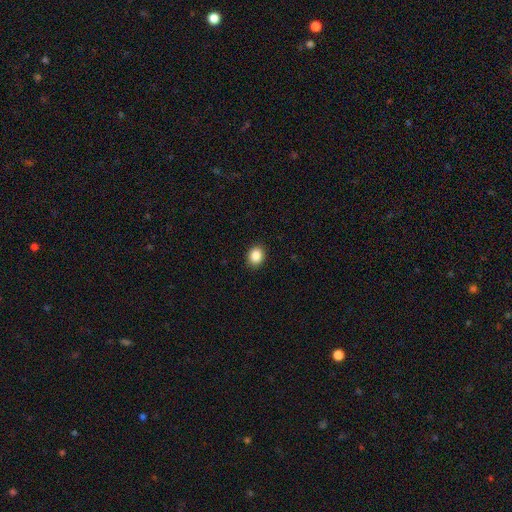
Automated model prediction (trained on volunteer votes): The model was most divided on "how rounded": round: 59%, in between: 40%, cigar-shaped: 1%. More confident: merging — none (91%); smooth or featured — smooth (87%).